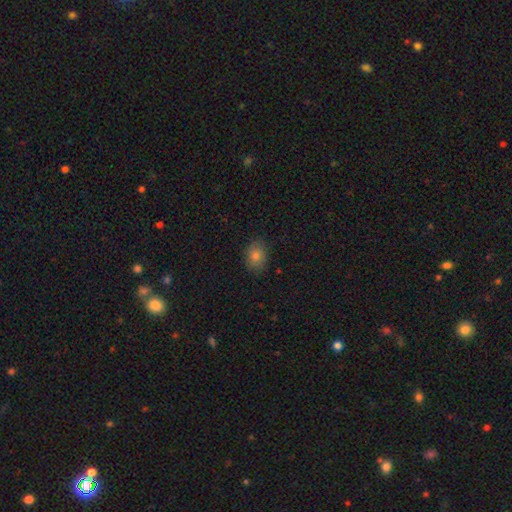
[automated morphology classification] A smooth galaxy with no disk features (79%) that is in between round and cigar-shaped (61%).

Vote fractions:
- Smooth or featured? smooth: 79% / star or artifact: 12% / featured or disk: 8%
- How rounded? in between: 61% / round: 38% / cigar-shaped: 1%
- Merging? none: 85% / minor disturbance: 12% / major disturbance: 2% / merger: 1%